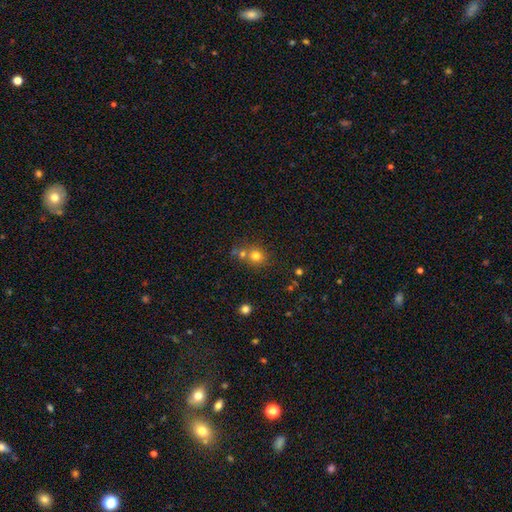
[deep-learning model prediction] This is likely a smooth galaxy (76%). How rounded: clearly round (85%). Merging: likely none (60%).